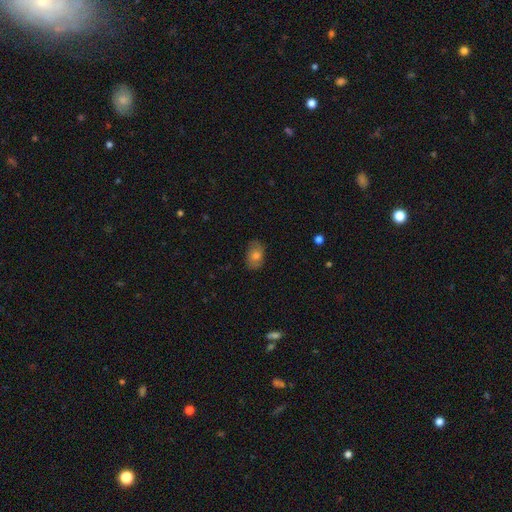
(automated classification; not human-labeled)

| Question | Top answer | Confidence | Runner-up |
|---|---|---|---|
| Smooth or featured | smooth | 69% | featured or disk (22%) |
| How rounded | in between | 81% | round (17%) |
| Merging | none | 78% | minor disturbance (17%) |